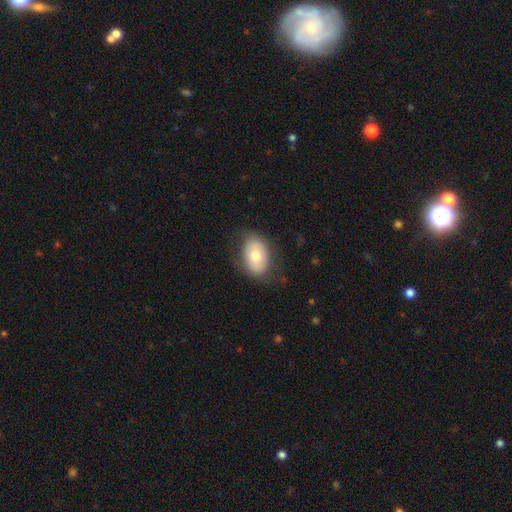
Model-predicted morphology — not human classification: Smooth or featured: smooth — 69% (featured or disk — 24%)
How rounded: in between — 83% (round — 16%)
Merging: none — 77% (minor disturbance — 16%)